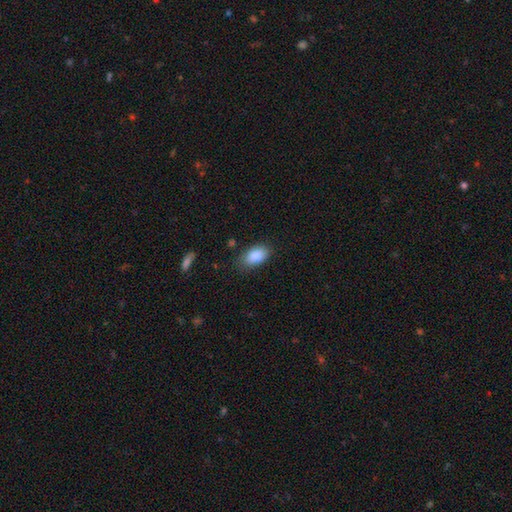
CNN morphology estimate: The model was most divided on "merging": none: 76%, minor disturbance: 18%, major disturbance: 4%, merger: 2%. More confident: how rounded — in between (92%); smooth or featured — smooth (88%).